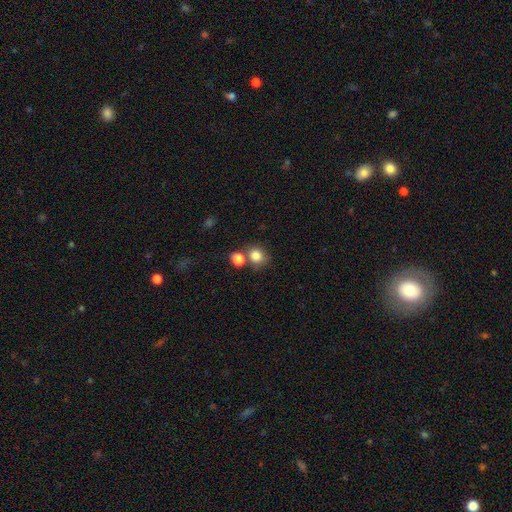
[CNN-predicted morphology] Overall: smooth (82%). How rounded: round (77%). Merging: none (60%; merger 25%).